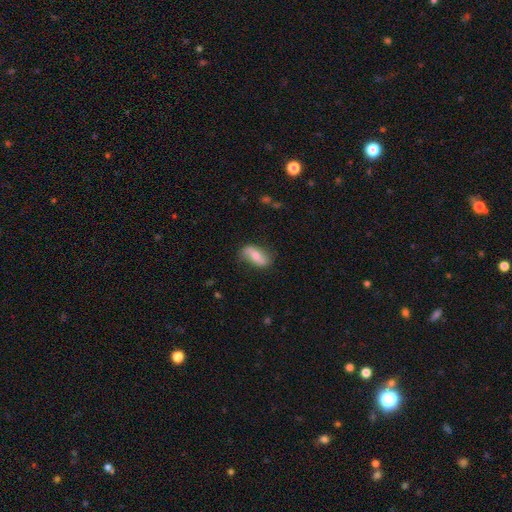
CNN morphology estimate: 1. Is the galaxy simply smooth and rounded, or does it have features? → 50% featured or disk, 43% smooth, 7% star or artifact.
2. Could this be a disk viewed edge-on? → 86% no, 14% yes.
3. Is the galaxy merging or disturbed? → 75% none, 18% minor disturbance, 5% major disturbance, 2% merger.